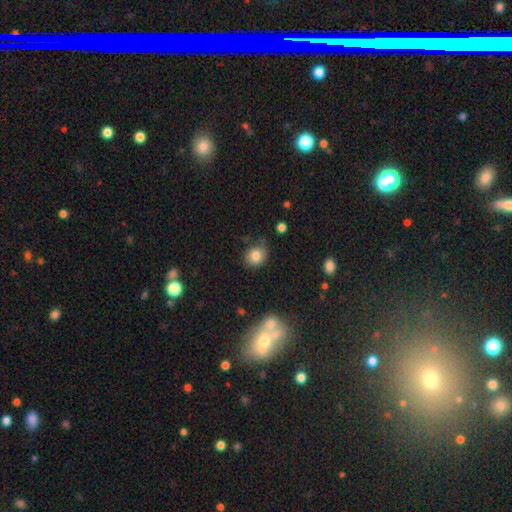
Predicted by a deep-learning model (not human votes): Morphology: type=smooth (81%); roundness=round (67%); merging=none (69%).